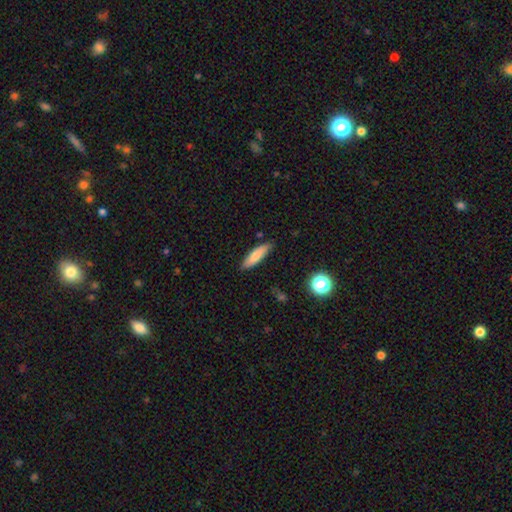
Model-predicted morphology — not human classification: smooth_or_featured: smooth (p=0.79) [alt: featured or disk p=0.14]
how_rounded: cigar-shaped (p=0.63) [alt: in between p=0.35]
merging: none (p=0.85) [alt: minor disturbance p=0.12]